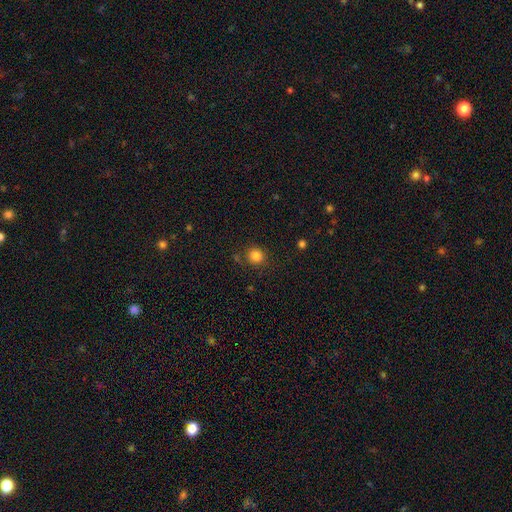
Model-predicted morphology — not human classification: Smooth or featured? smooth (83%)
How rounded? round (89%)
Merging? none (84%)